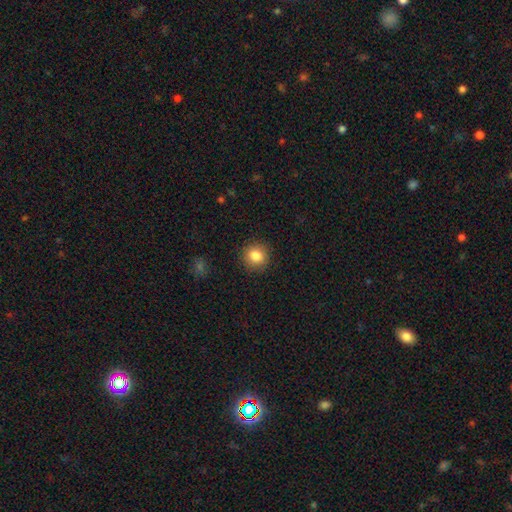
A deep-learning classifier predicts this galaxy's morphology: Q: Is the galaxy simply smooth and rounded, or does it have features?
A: smooth — 84%.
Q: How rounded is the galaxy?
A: round — 91%.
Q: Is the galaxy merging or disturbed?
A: none — 90%.